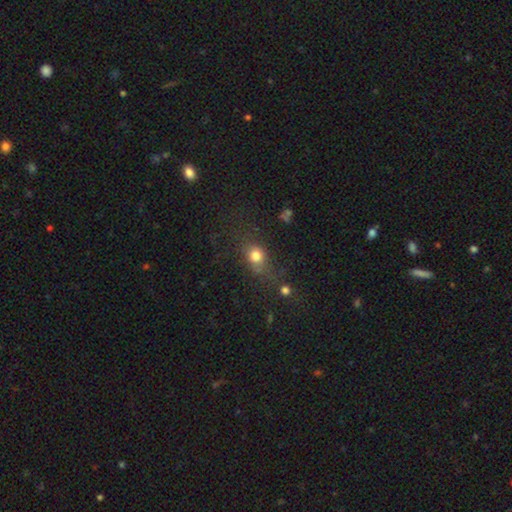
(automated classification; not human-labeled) Smooth or featured?
  - smooth: 76% *
  - star or artifact: 15%
  - featured or disk: 10%
How rounded?
  - round: 59% *
  - in between: 37%
  - cigar-shaped: 4%
Merging?
  - none: 58% *
  - minor disturbance: 20%
  - major disturbance: 15%
  - merger: 7%